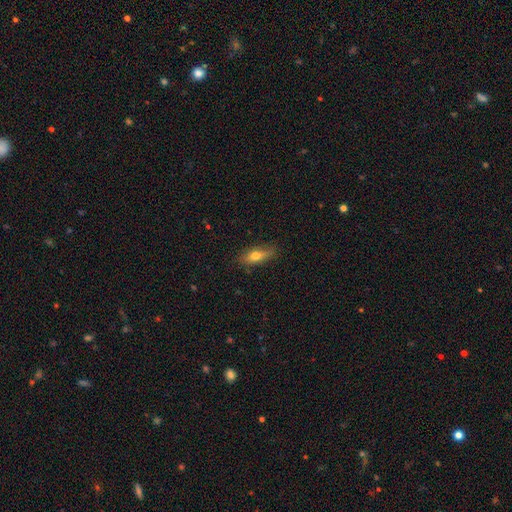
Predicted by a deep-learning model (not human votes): A smooth galaxy with no disk features (64%) that is in between round and cigar-shaped (59%). Merging: none (82%).